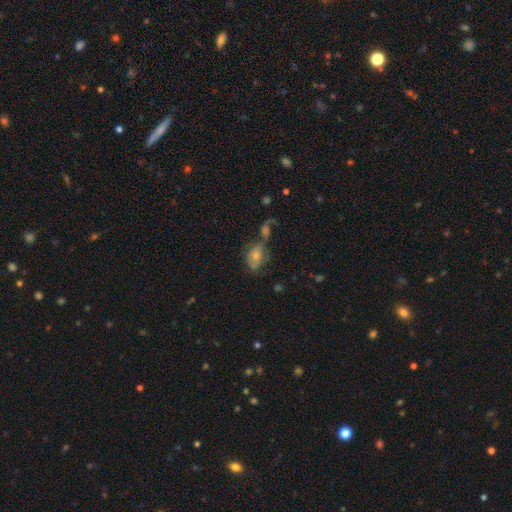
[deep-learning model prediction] Smooth or featured? Predicted: featured or disk (p=0.41, tied with smooth). Merging? Predicted: none (p=0.40).